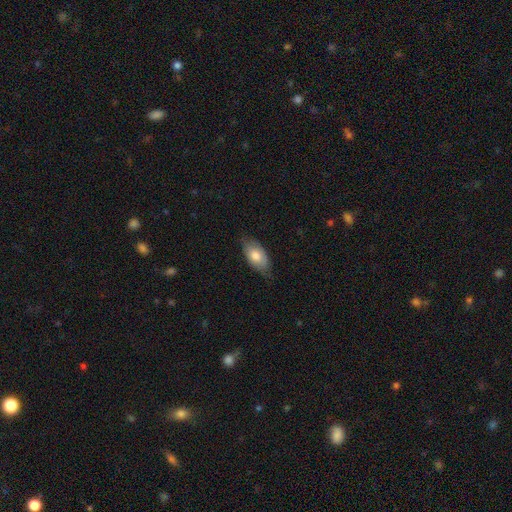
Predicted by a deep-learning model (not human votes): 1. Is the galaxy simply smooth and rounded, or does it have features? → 72% smooth, 21% featured or disk, 6% star or artifact.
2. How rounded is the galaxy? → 92% in between, 4% round, 4% cigar-shaped.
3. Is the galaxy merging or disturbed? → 69% none, 25% minor disturbance, 4% major disturbance, 1% merger.